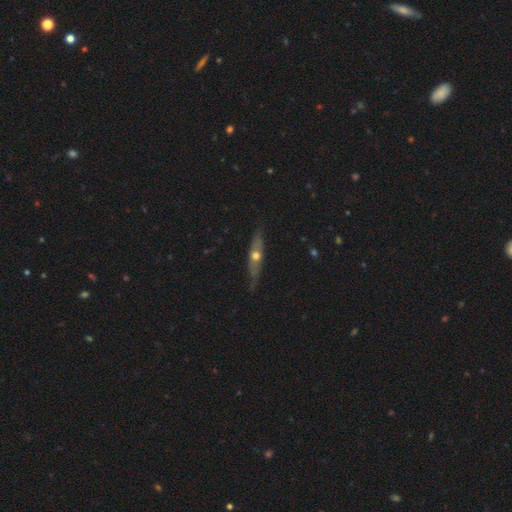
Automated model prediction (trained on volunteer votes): The model was most divided on "smooth or featured": featured or disk: 57%, smooth: 37%, star or artifact: 6%. More confident: merging — none (77%); edge-on disk — yes (75%).